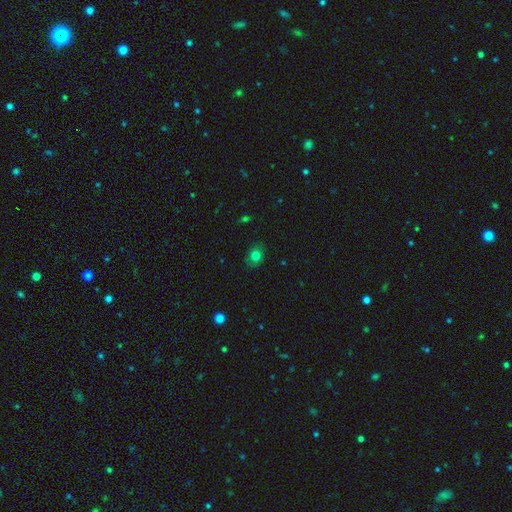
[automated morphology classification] A smooth galaxy with no disk features (77%) that is round (63%).

Vote fractions:
- Smooth or featured? smooth: 77% / star or artifact: 15% / featured or disk: 8%
- How rounded? round: 63% / in between: 36% / cigar-shaped: 1%
- Merging? none: 83% / minor disturbance: 13% / major disturbance: 3% / merger: 1%